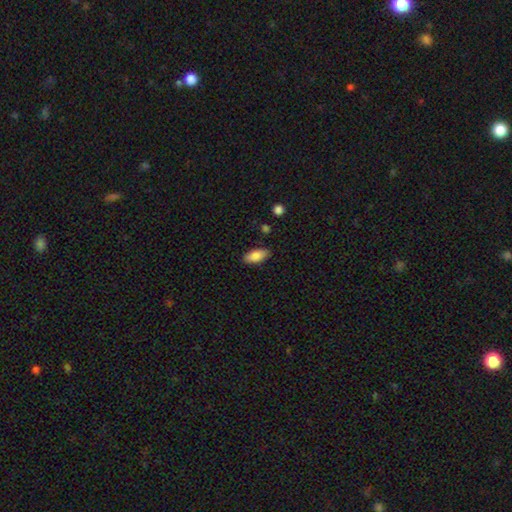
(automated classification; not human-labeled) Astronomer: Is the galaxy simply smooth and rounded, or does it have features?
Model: smooth — 84%.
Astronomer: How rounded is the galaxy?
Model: in between — 87%.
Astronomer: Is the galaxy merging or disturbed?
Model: none — 86%.